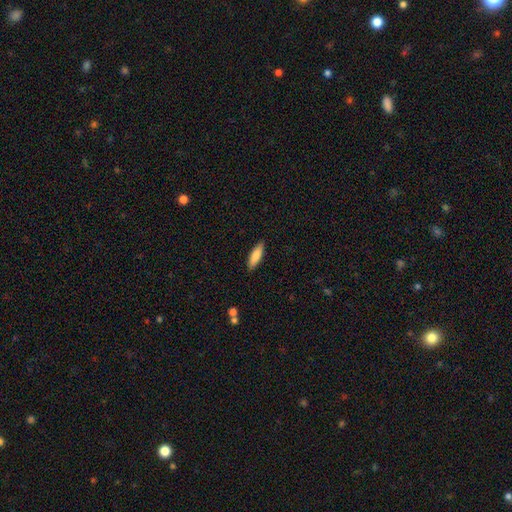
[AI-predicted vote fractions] This appears to be a smooth galaxy with no disk features (83%) that is cigar-shaped (51%). Merging: none (88%).